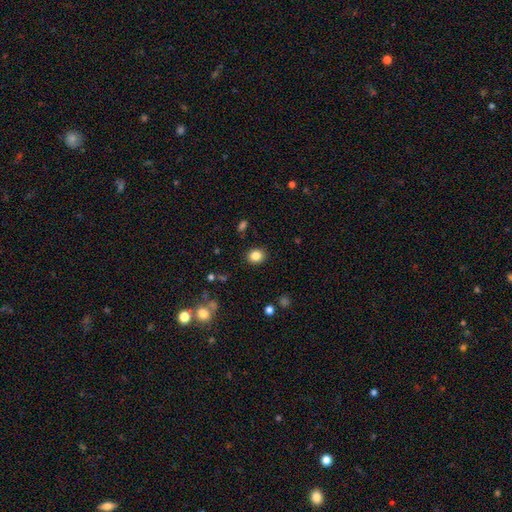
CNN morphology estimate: type=smooth (84%); roundness=round (69%); merging=none (90%).